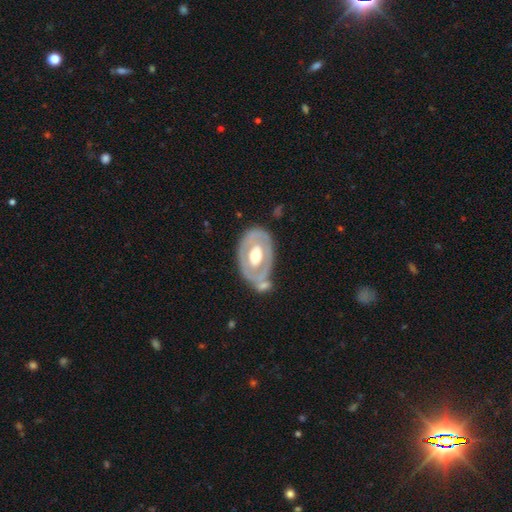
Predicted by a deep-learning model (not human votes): The model was most divided on "smooth or featured": featured or disk: 62%, smooth: 34%, star or artifact: 5%. More confident: edge-on disk — no (91%); spiral arms — no (80%); bar — no (72%); bulge size — moderate (65%); merging — none (56%).